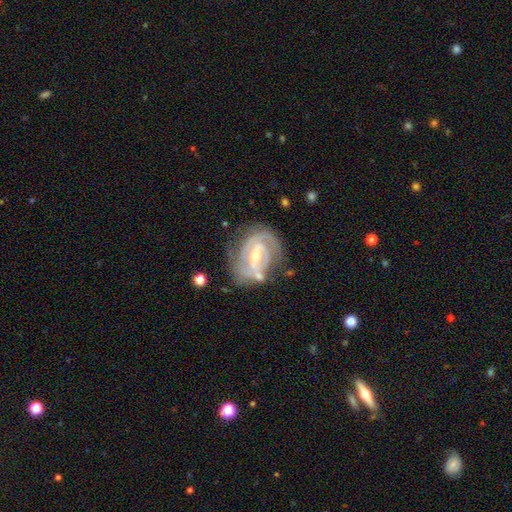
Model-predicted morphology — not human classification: type=featured or disk (87%); edge-on=no (97%); bar=weak (45%); spiral arms=yes (93%); winding=tight (58%); arm count=2 (56%); bulge=small (51%); merging=none (64%).